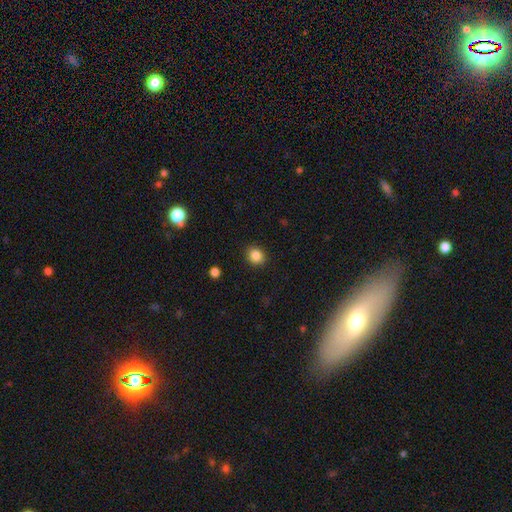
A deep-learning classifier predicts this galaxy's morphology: This is clearly a smooth galaxy (85%). How rounded: likely round (74%). Merging: clearly none (90%).